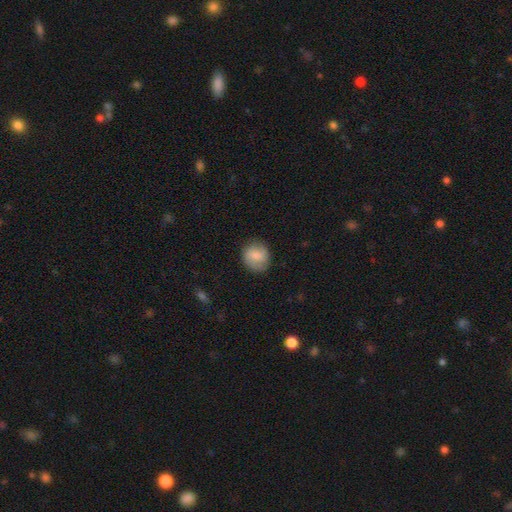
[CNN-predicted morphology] Overall: smooth (75%). How rounded: round (84%). Merging: none (81%).